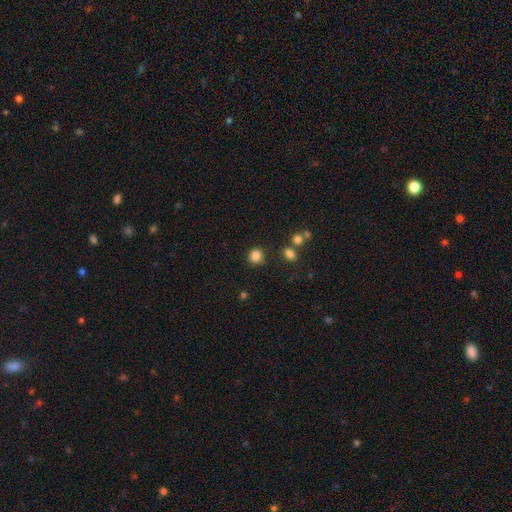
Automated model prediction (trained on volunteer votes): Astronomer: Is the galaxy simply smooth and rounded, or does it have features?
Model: smooth — 85%.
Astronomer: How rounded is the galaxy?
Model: round — 88%.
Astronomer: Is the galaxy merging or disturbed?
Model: none — 83%.